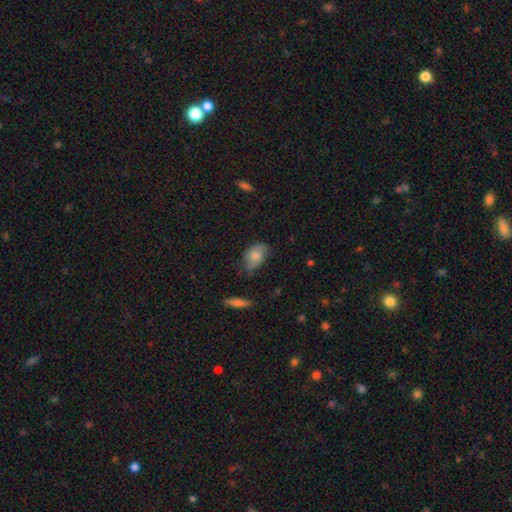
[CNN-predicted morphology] Overall: smooth (71%). How rounded: in between (85%). Merging: none (62%; minor disturbance 29%).